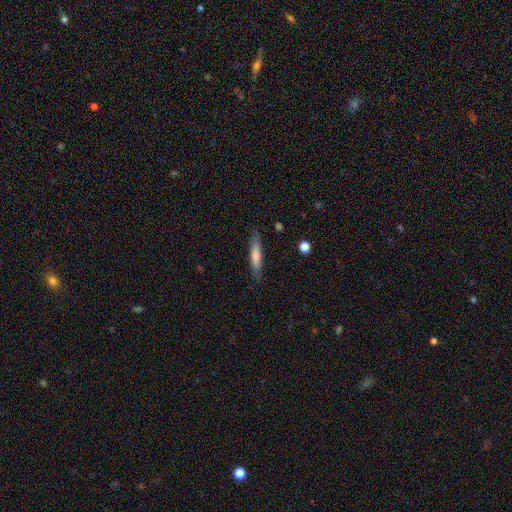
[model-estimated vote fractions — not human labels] This is likely a smooth galaxy (72%). How rounded: clearly cigar-shaped (85%). Merging: clearly none (84%).